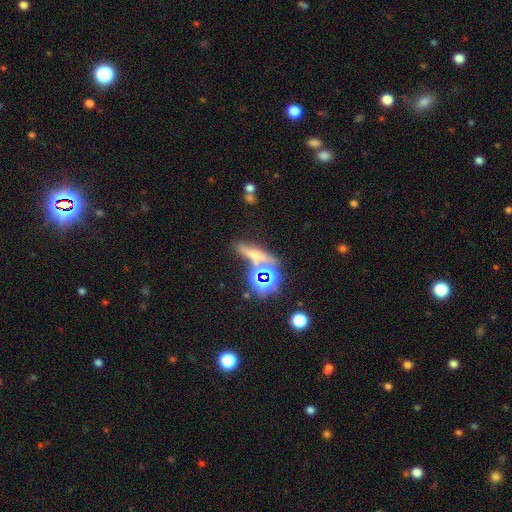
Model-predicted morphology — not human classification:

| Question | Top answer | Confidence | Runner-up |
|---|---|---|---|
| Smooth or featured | smooth | 46% | star or artifact (34%) |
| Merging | none | 60% | merger (19%) |